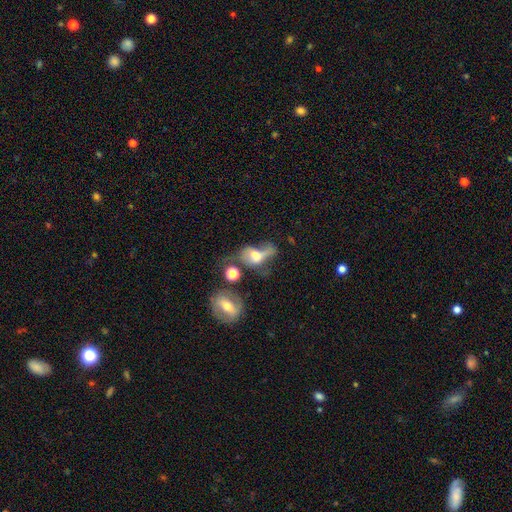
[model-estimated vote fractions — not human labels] Q: Smooth or featured?
A: smooth (47%); runner-up: featured or disk (41%)
Q: Merging?
A: major disturbance (35%); runner-up: merger (33%)